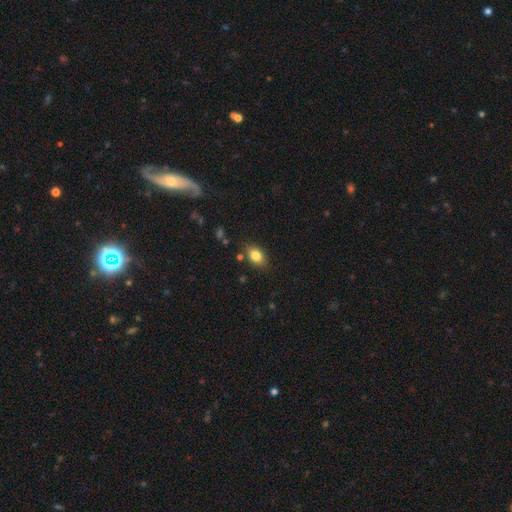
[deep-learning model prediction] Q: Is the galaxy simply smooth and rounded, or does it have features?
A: smooth — 82%.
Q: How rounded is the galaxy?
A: in between — 82%.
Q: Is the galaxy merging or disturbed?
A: none — 82%.